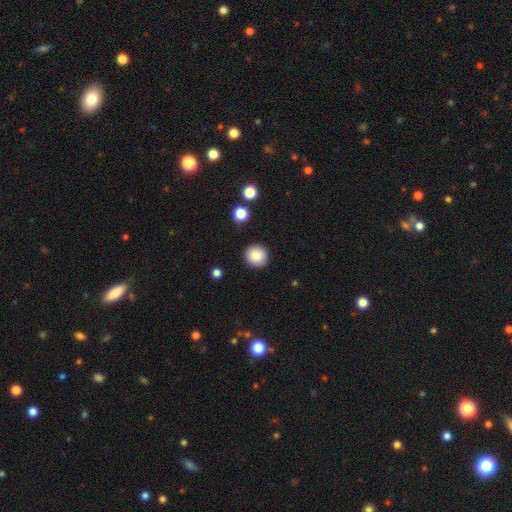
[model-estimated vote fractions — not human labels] Smooth or featured?
  - smooth: 86% *
  - star or artifact: 9%
  - featured or disk: 6%
How rounded?
  - round: 93% *
  - in between: 6%
  - cigar-shaped: 1%
Merging?
  - none: 90% *
  - minor disturbance: 6%
  - major disturbance: 2%
  - merger: 1%